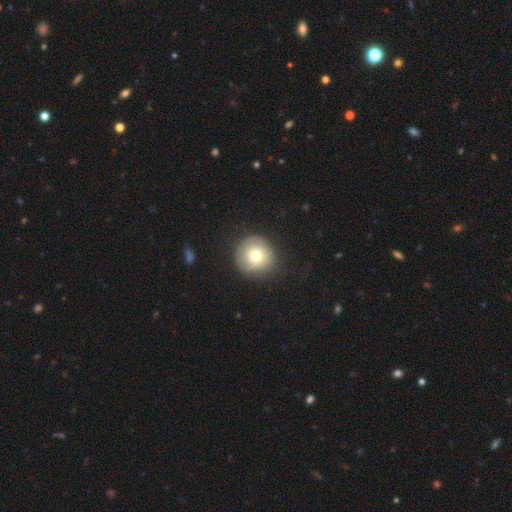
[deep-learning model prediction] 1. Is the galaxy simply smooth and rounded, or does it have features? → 74% smooth, 17% featured or disk, 9% star or artifact.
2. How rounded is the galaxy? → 94% round, 5% in between, 1% cigar-shaped.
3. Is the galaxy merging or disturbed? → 84% none, 11% minor disturbance, 4% major disturbance, 1% merger.